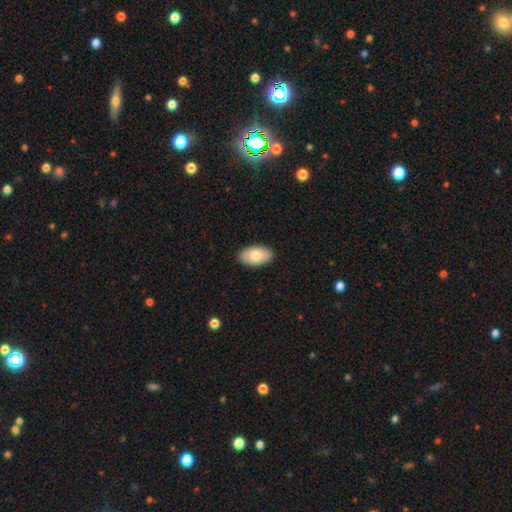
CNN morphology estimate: Smooth or featured? smooth (82%)
How rounded? in between (95%)
Merging? none (89%)